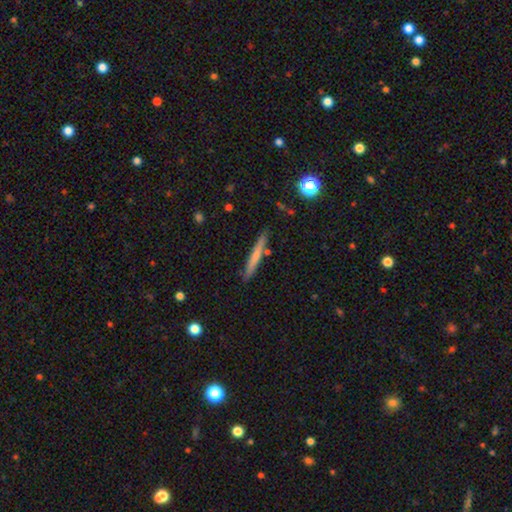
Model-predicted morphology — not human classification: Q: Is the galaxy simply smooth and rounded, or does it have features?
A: smooth — 59%.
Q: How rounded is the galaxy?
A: cigar-shaped — 95%.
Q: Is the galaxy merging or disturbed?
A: none — 86%.